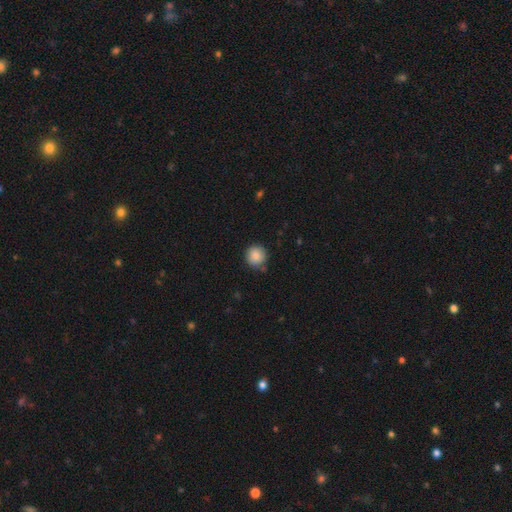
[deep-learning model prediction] smooth 83%, featured or disk 9%, star or artifact 8%. Down the decision tree: how rounded — round (93%); merging — none (74%).